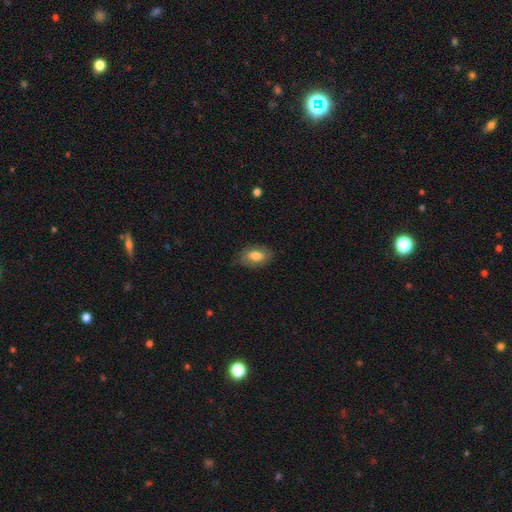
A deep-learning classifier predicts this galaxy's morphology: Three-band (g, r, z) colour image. It shows a smooth galaxy with no disk features (71%) that is in between round and cigar-shaped (89%). Merging: none (72%).